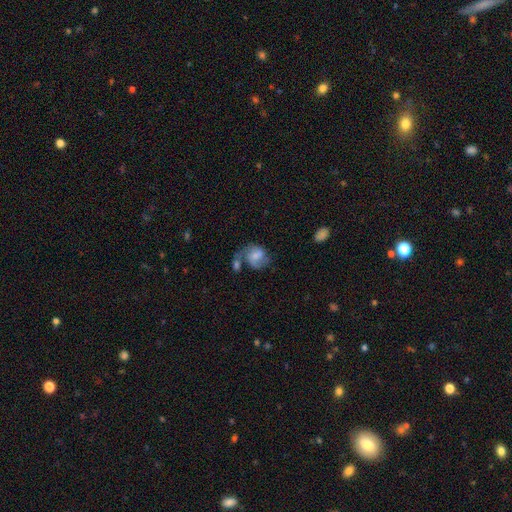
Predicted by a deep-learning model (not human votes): Morphology: type=featured or disk (57%); edge-on=no (98%); bar=no (44%, tied with weak); spiral arms=yes (84%); bulge=small (37%); merging=none (35%).